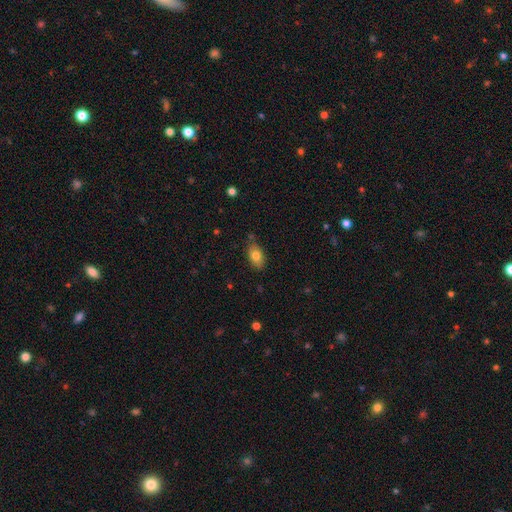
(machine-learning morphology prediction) The model was most divided on "merging": none: 76%, minor disturbance: 17%, merger: 3%, major disturbance: 3%. More confident: how rounded — in between (89%); smooth or featured — smooth (80%).